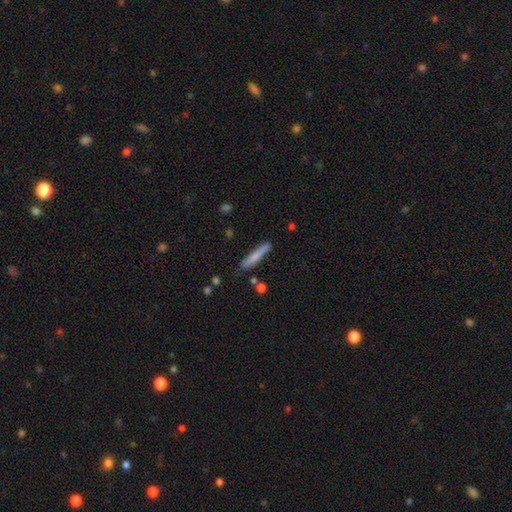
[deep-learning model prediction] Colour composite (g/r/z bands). It shows a smooth galaxy with no disk features (71%) that is cigar-shaped (92%). Merging: none (80%).